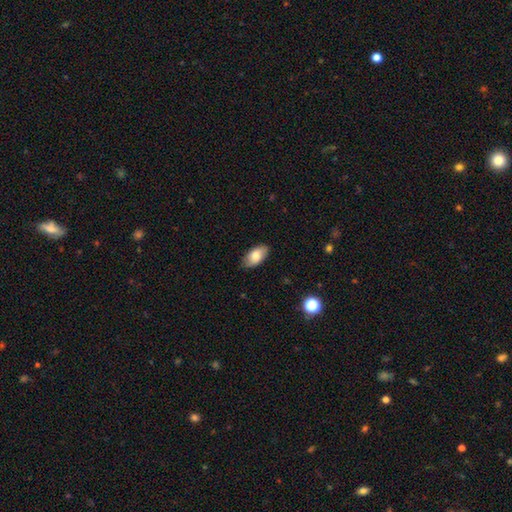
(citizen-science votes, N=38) Smooth or featured?
  - smooth: 84% *
  - featured or disk: 13%
  - star or artifact: 3%
How rounded?
  - in between: 94% *
  - round: 6%
  - cigar-shaped: 0%
Merging?
  - none: 95% *
  - minor disturbance: 3%
  - major disturbance: 3%
  - merger: 0%